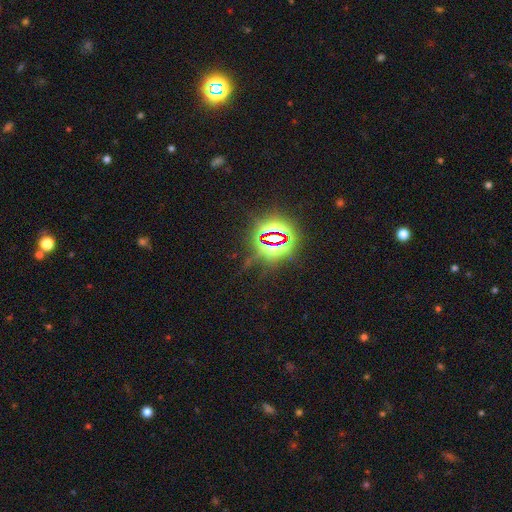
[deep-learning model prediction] This appears to be a star or artifact, not a galaxy (84%).